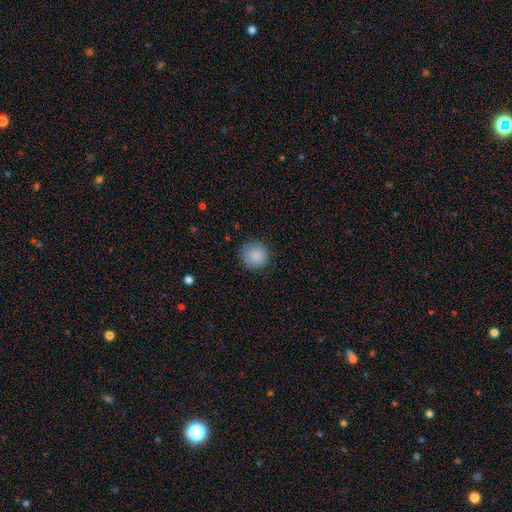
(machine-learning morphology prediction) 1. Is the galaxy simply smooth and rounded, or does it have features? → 88% smooth, 9% star or artifact, 3% featured or disk.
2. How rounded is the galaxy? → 95% round, 4% in between, 1% cigar-shaped.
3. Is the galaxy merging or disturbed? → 89% none, 8% minor disturbance, 2% major disturbance, 1% merger.